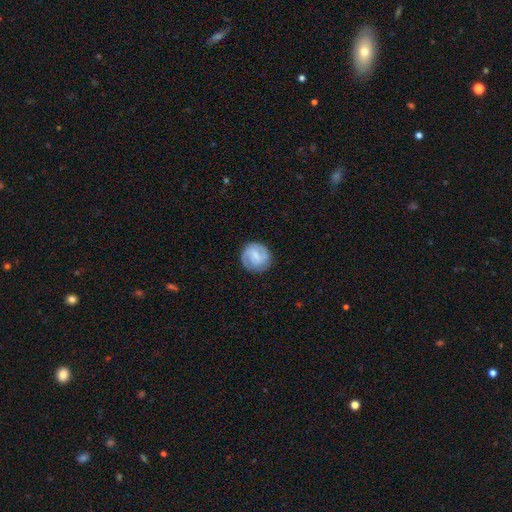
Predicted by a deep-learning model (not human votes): smooth_or_featured: featured or disk (p=0.55) [alt: smooth p=0.38]
disk_edge_on: no (p=0.98) [alt: yes p=0.02]
bar: weak (p=0.52) [alt: strong p=0.25]
has_spiral_arms: yes (p=0.82) [alt: no p=0.18]
bulge_size: small (p=0.39) [alt: none p=0.31]
merging: none (p=0.82) [alt: minor disturbance p=0.12]